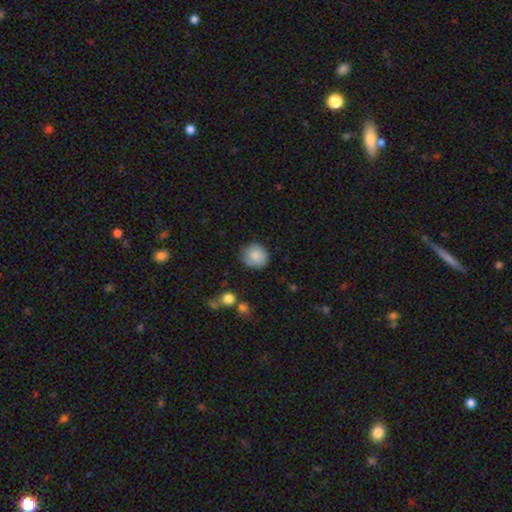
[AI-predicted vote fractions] smooth_or_featured: smooth (p=0.82) [alt: featured or disk p=0.10]
how_rounded: round (p=0.87) [alt: in between p=0.12]
merging: none (p=0.71) [alt: minor disturbance p=0.21]